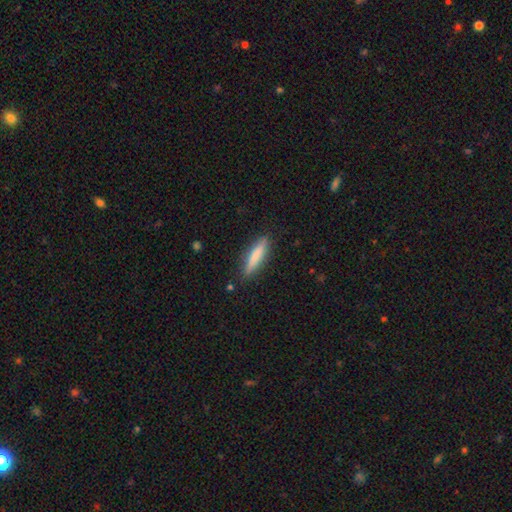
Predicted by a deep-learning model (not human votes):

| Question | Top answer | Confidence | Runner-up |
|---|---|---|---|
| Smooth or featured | smooth | 74% | featured or disk (20%) |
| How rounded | cigar-shaped | 84% | in between (15%) |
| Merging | none | 86% | minor disturbance (10%) |